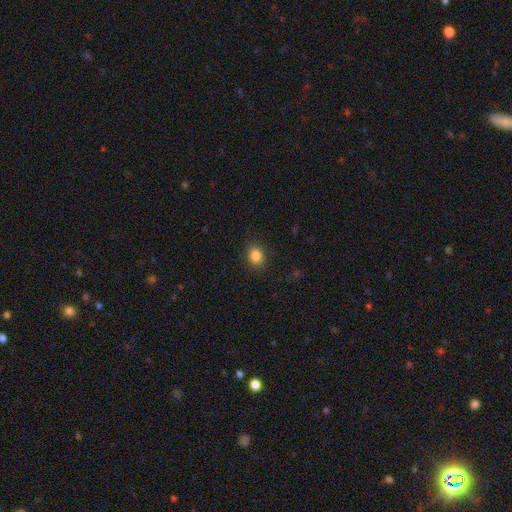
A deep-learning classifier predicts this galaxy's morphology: Overall: smooth (84%). How rounded: round (58%; in between 41%). Merging: none (89%).